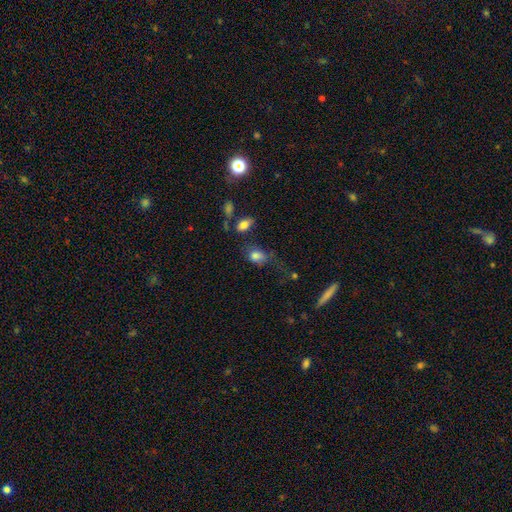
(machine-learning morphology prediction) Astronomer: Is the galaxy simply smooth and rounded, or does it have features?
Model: smooth — 80%.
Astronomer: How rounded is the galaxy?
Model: in between — 71%.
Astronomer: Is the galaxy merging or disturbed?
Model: none — 44% (runner-up: minor disturbance, 27%).